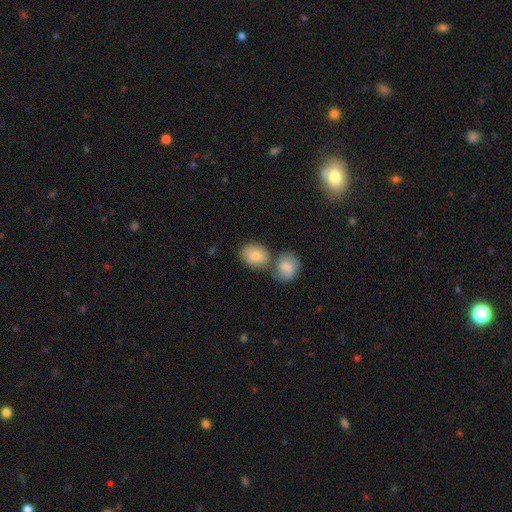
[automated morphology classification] smooth_or_featured: smooth (p=0.84) [alt: featured or disk p=0.10]
how_rounded: in between (p=0.61) [alt: round p=0.38]
merging: merger (p=0.45) [alt: none p=0.41]